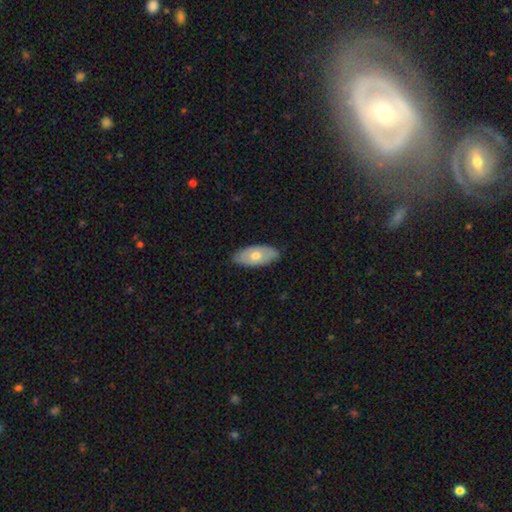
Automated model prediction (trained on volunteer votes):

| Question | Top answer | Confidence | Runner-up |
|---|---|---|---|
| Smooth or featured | smooth | 57% | featured or disk (38%) |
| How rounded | in between | 91% | cigar-shaped (6%) |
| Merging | none | 83% | minor disturbance (14%) |